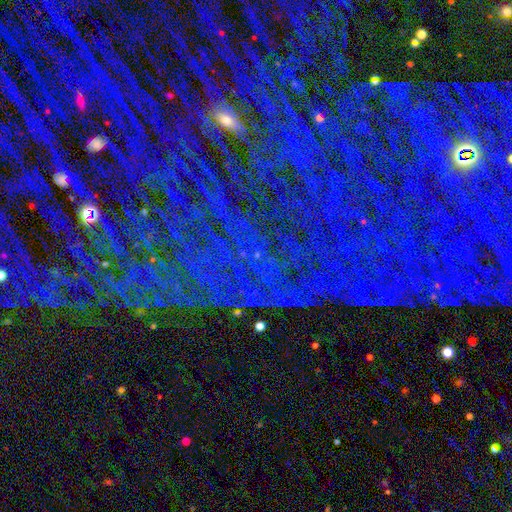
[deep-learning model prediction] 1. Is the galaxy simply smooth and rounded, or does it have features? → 85% star or artifact, 8% featured or disk, 7% smooth.